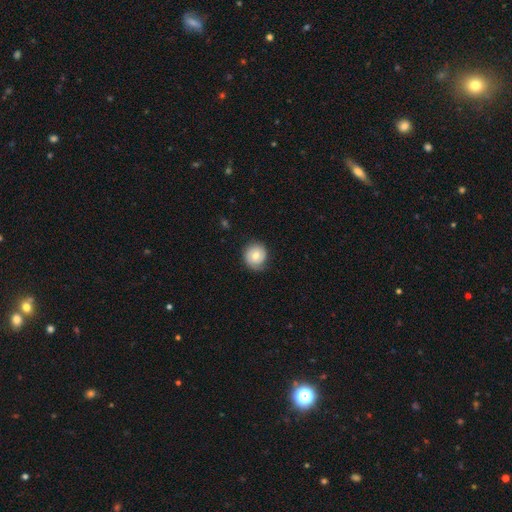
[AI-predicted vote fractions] smooth 54%, featured or disk 39%, star or artifact 7%. Down the decision tree: how rounded — round (88%); merging — none (74%).